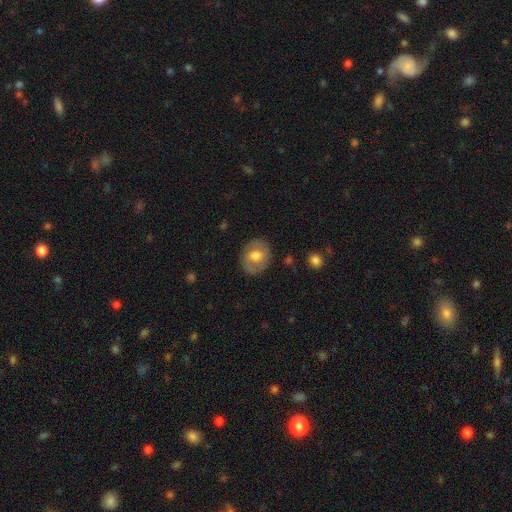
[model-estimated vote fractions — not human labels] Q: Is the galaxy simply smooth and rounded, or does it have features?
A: smooth — 59%.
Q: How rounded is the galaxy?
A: round — 71%.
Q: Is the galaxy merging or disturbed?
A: none — 83%.